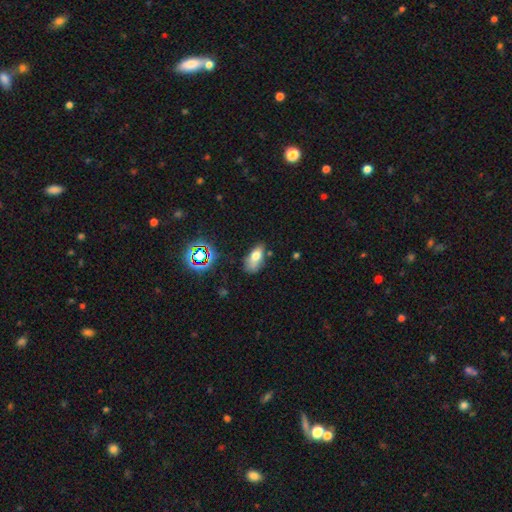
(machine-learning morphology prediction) Smooth or featured? smooth (71%)
How rounded? in between (88%)
Merging? none (54%)